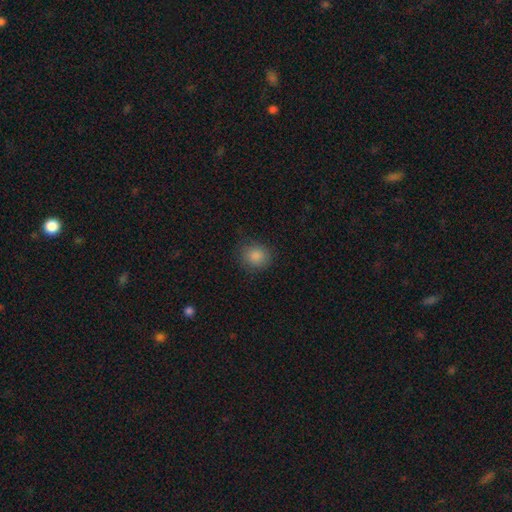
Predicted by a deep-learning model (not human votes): This is clearly a smooth galaxy (85%). How rounded: likely round (80%). Merging: clearly none (83%).